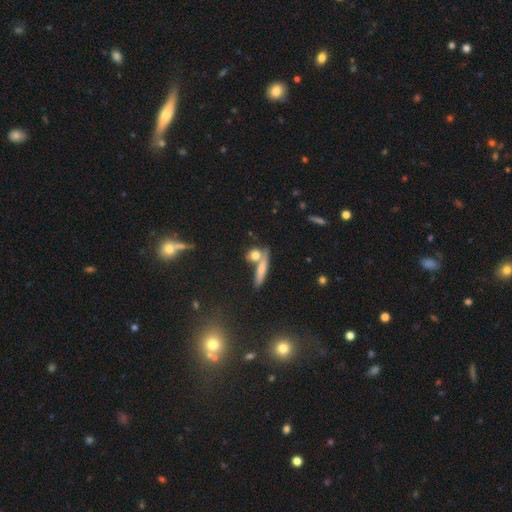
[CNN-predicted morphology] Q: Smooth or featured?
A: smooth (68%); runner-up: featured or disk (19%)
Q: How rounded?
A: round (47%); runner-up: in between (27%)
Q: Merging?
A: none (55%); runner-up: merger (29%)